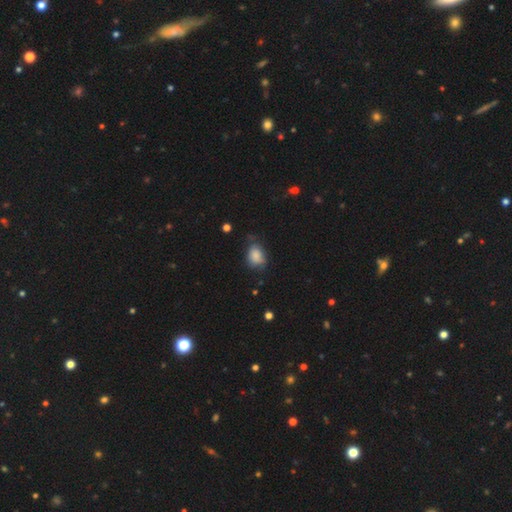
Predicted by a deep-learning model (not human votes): A smooth galaxy with no disk features (82%) that is in between round and cigar-shaped (65%). Merging: none (51%).